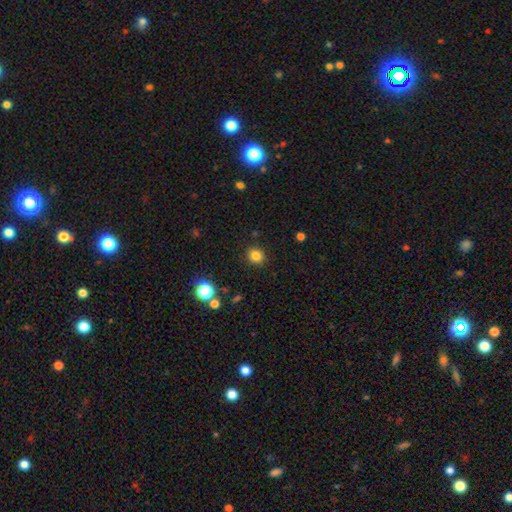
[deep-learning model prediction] smooth_or_featured: smooth (p=0.82) [alt: star or artifact p=0.13]
how_rounded: round (p=0.85) [alt: in between p=0.14]
merging: none (p=0.90) [alt: minor disturbance p=0.06]